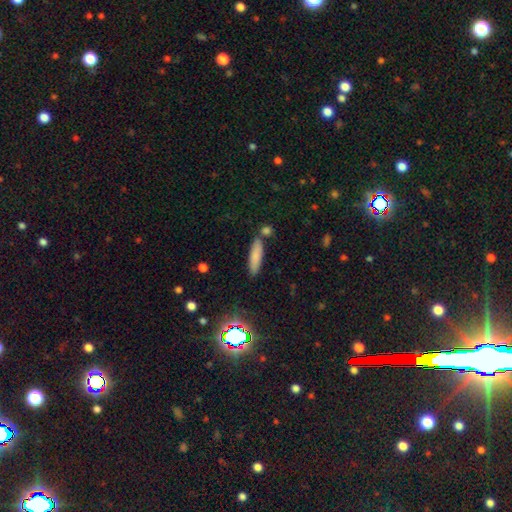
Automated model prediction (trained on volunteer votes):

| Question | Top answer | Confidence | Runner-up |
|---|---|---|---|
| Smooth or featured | smooth | 79% | featured or disk (12%) |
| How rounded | cigar-shaped | 70% | in between (28%) |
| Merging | none | 78% | minor disturbance (11%) |